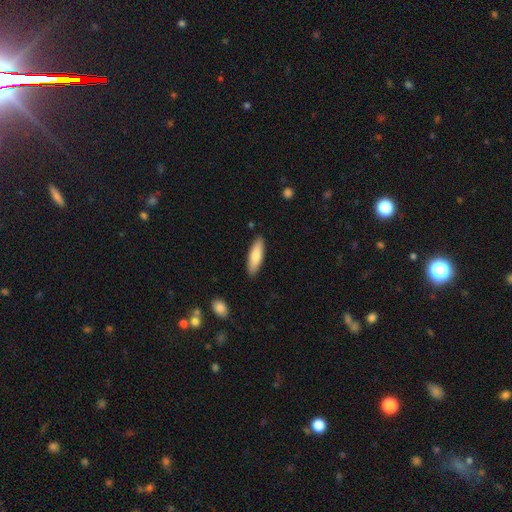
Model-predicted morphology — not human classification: smooth_or_featured: smooth (p=0.79) [alt: featured or disk p=0.16]
how_rounded: cigar-shaped (p=0.53) [alt: in between p=0.46]
merging: none (p=0.88) [alt: minor disturbance p=0.09]